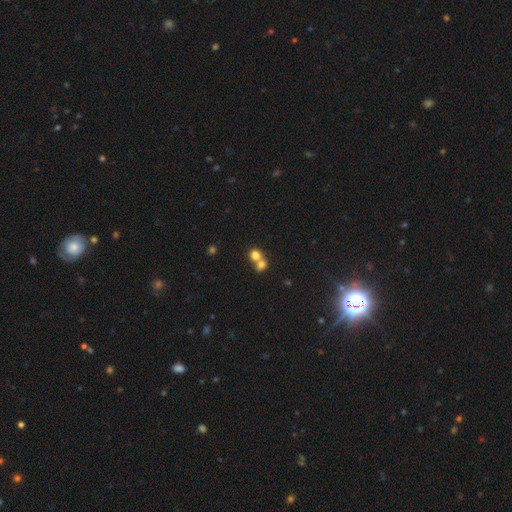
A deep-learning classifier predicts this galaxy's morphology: This is likely a smooth galaxy (76%). How rounded: likely round (74%). Merging: likely merger (64%).